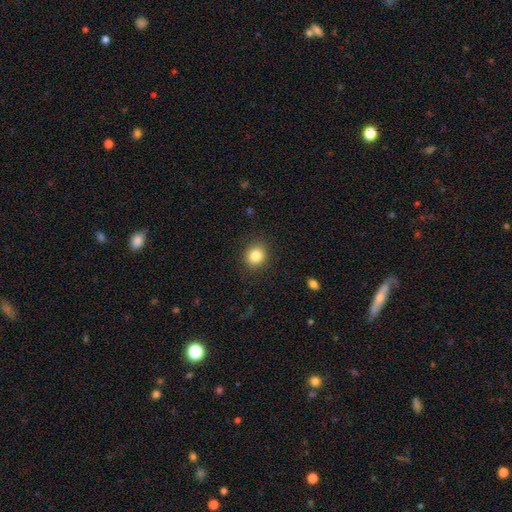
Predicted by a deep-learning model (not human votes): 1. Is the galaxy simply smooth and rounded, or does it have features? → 84% smooth, 10% star or artifact, 6% featured or disk.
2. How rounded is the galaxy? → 80% round, 19% in between, 1% cigar-shaped.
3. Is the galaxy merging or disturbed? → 89% none, 8% minor disturbance, 3% major disturbance, 1% merger.